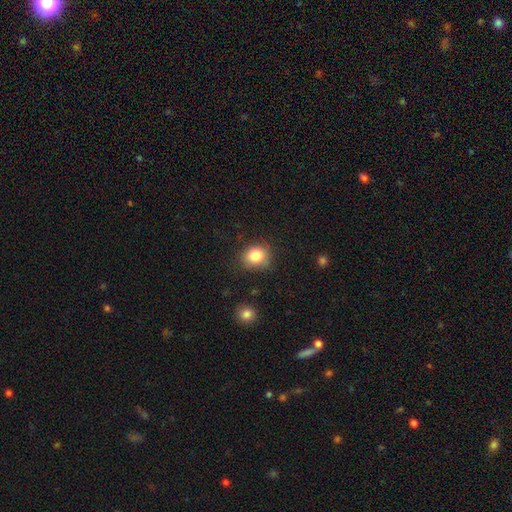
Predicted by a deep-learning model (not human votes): smooth_or_featured: smooth (p=0.82) [alt: star or artifact p=0.10]
how_rounded: round (p=0.70) [alt: in between p=0.29]
merging: none (p=0.76) [alt: minor disturbance p=0.18]